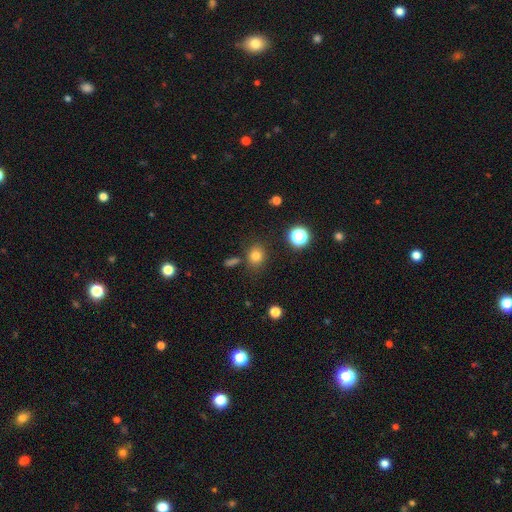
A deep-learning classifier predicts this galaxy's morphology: A smooth galaxy with no disk features (77%) that is round (74%). Merging: none (80%).